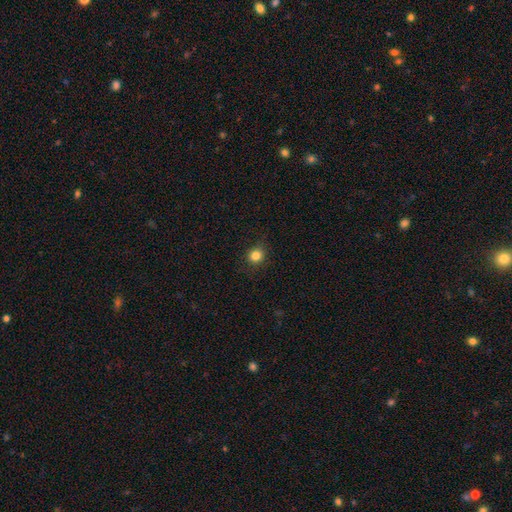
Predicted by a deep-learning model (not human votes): This appears to be a smooth galaxy with no disk features (83%) that is round (85%). Merging: none (88%).